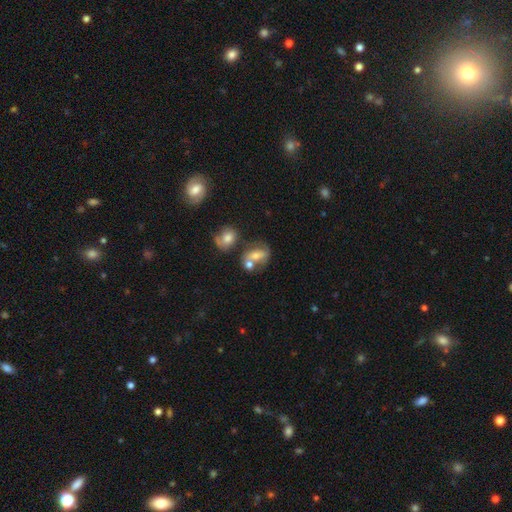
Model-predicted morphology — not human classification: The model was most divided on "merging": merger: 40%, none: 34%, minor disturbance: 16%, major disturbance: 10%. Remaining: smooth or featured — smooth (50%).